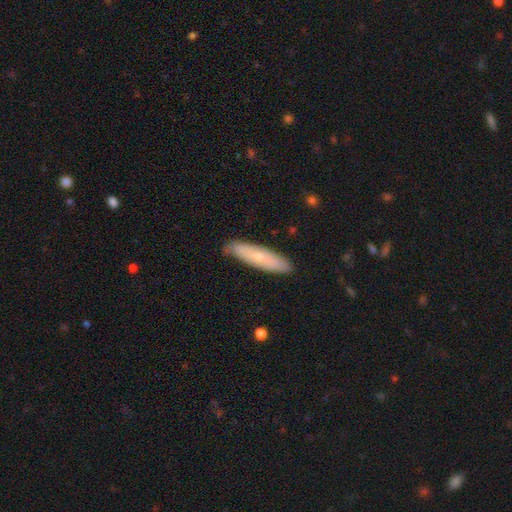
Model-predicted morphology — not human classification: A smooth galaxy with no disk features (61%) that is cigar-shaped (78%). Merging: none (85%).